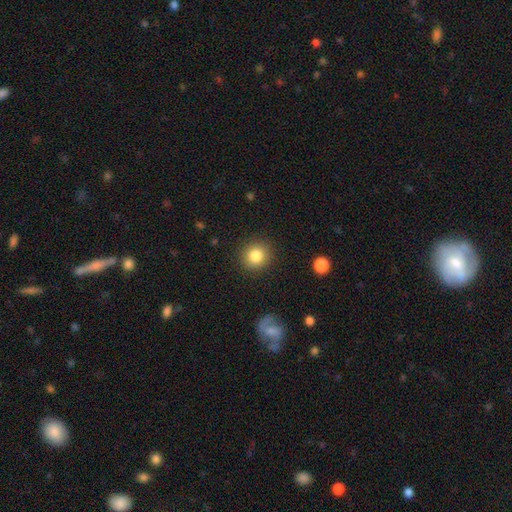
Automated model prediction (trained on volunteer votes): smooth-or-featured: smooth: 84% | star or artifact: 10% | featured or disk: 7%
  how-rounded: round: 87% | in between: 12% | cigar-shaped: 1%
  merging: none: 89% | minor disturbance: 7% | major disturbance: 3% | merger: 1%